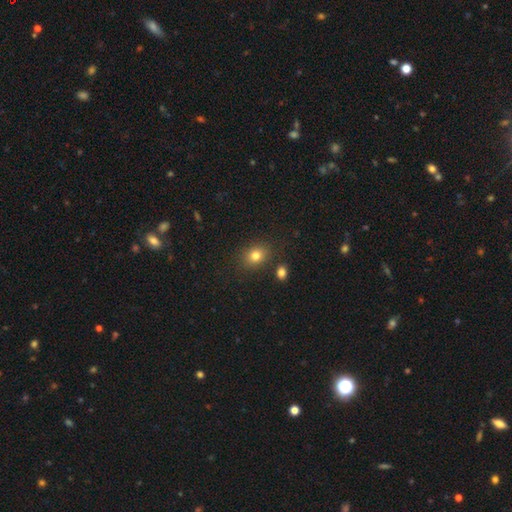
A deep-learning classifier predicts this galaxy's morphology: Smooth or featured? smooth (80%)
How rounded? round (51%)
Merging? none (82%)